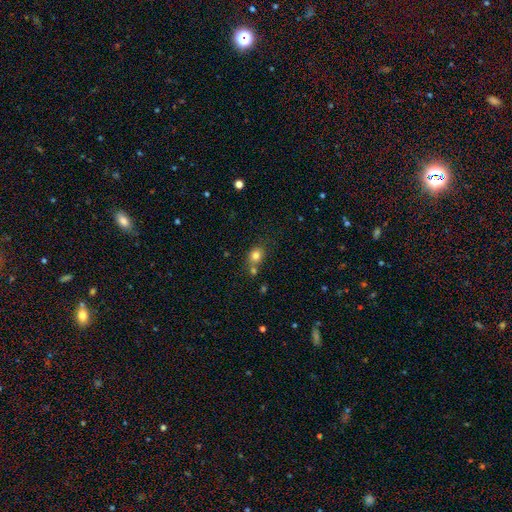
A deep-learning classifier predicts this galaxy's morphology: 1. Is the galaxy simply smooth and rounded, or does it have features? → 80% smooth, 11% star or artifact, 8% featured or disk.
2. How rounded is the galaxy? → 65% round, 34% in between, 1% cigar-shaped.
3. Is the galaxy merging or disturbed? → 57% none, 25% merger, 14% minor disturbance, 5% major disturbance.